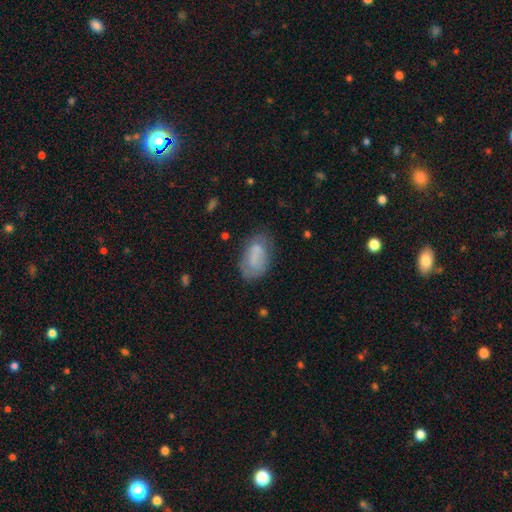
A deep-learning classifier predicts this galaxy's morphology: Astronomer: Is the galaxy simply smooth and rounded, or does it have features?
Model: smooth — 64%.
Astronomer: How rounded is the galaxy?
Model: in between — 91%.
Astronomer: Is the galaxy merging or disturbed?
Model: none — 56%.